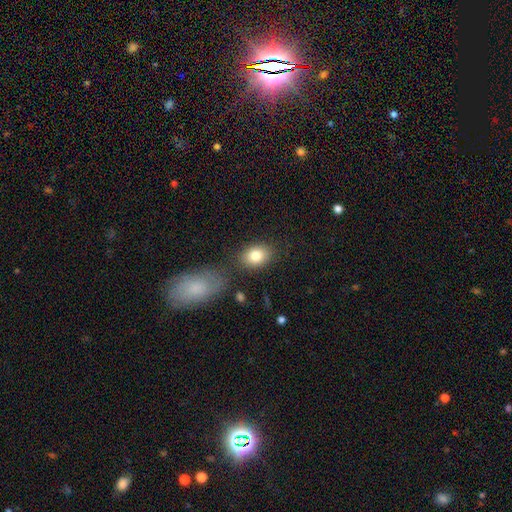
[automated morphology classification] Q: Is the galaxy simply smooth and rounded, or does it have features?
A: smooth — 81%.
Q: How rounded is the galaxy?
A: in between — 72%.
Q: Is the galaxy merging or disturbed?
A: none — 77%.